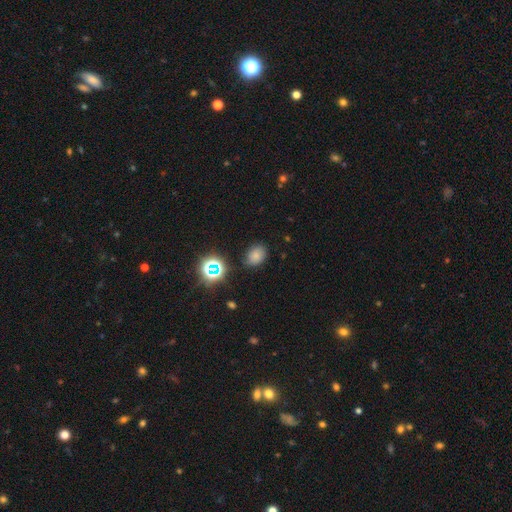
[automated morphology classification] This appears to be a smooth galaxy with no disk features (70%) that is in between round and cigar-shaped (69%). Merging: none (78%).